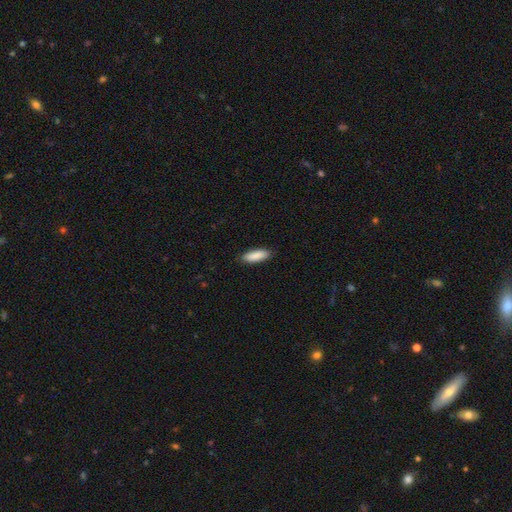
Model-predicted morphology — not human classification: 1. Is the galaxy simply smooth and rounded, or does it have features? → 89% smooth, 6% star or artifact, 5% featured or disk.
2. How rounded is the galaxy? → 55% in between, 43% cigar-shaped, 2% round.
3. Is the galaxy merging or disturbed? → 89% none, 8% minor disturbance, 2% major disturbance, 1% merger.